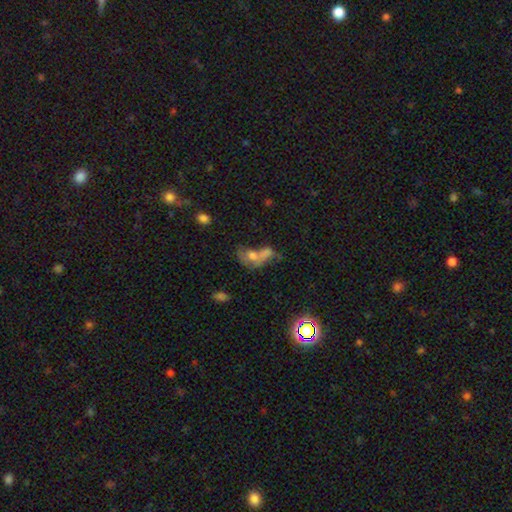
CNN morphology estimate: smooth_or_featured: smooth (p=0.58) [alt: featured or disk p=0.25]
how_rounded: in between (p=0.70) [alt: round p=0.27]
merging: merger (p=0.60) [alt: none p=0.17]